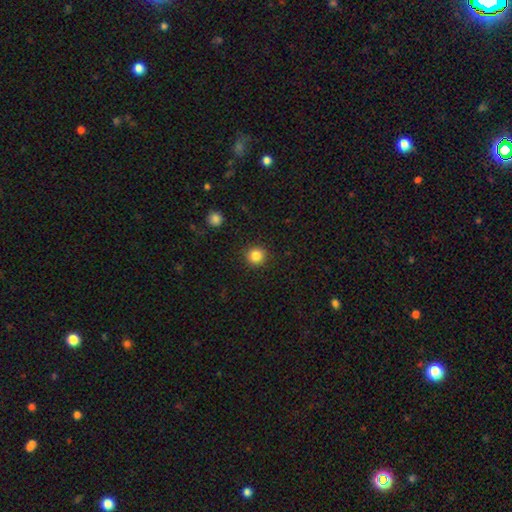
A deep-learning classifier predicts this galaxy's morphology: This appears to be a smooth galaxy with no disk features (85%) that is round (93%). Merging: none (91%).